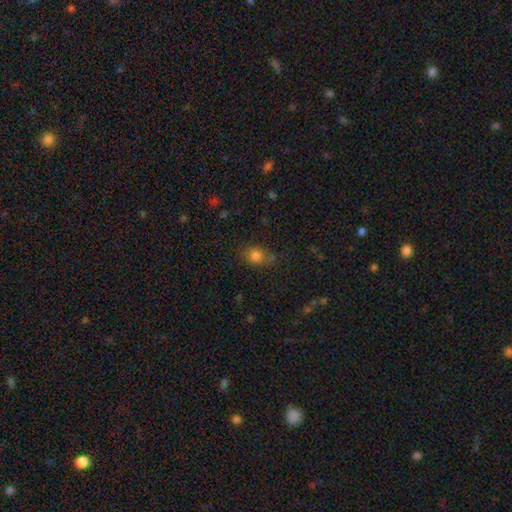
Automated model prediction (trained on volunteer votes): This appears to be a smooth galaxy with no disk features (80%) that is in between round and cigar-shaped (51%). Merging: none (69%).